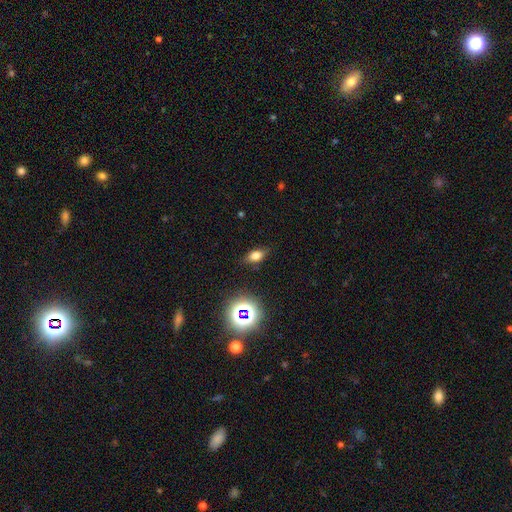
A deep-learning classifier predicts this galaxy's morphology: A smooth galaxy with no disk features (69%) that is in between round and cigar-shaped (79%). Merging: none (81%).